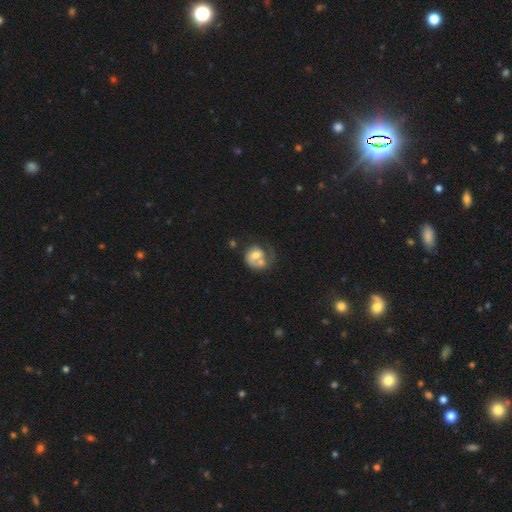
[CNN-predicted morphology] Smooth or featured?
  - featured or disk: 55% *
  - smooth: 37%
  - star or artifact: 7%
Edge-on disk?
  - no: 98% *
  - yes: 2%
Bar?
  - no: 73% *
  - weak: 22%
  - strong: 5%
Spiral arms?
  - yes: 66% *
  - no: 34%
Bulge size?
  - moderate: 55% *
  - small: 23%
  - large: 13%
  - none: 6%
  - dominant: 2%
Merging?
  - merger: 33% *
  - none: 28%
  - major disturbance: 24%
  - minor disturbance: 15%